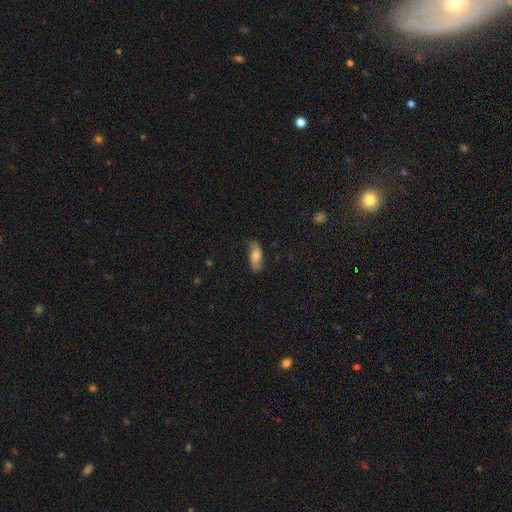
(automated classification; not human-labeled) Overall: smooth (65%; featured or disk 28%). How rounded: in between (74%). Merging: none (76%).